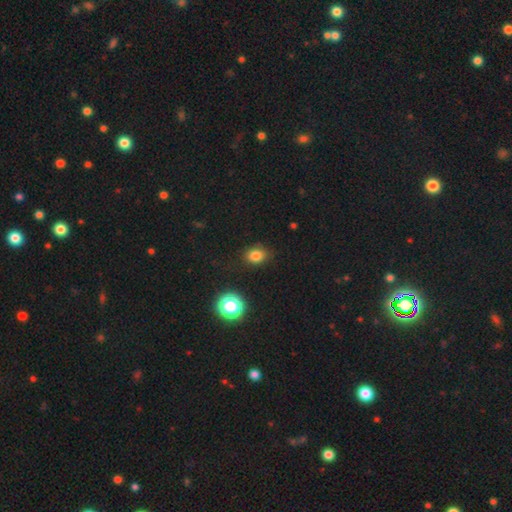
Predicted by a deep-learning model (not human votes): Q: Smooth or featured?
A: smooth (80%); runner-up: star or artifact (15%)
Q: How rounded?
A: round (50%); runner-up: in between (49%)
Q: Merging?
A: none (81%); runner-up: minor disturbance (14%)